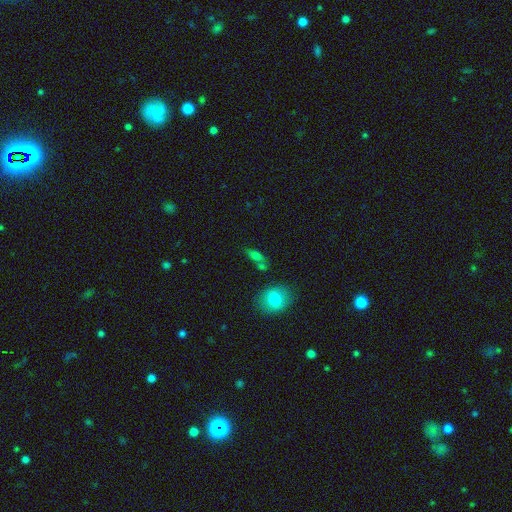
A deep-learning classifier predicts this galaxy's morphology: Overall: smooth (70%). How rounded: in between (67%). Merging: none (51%; merger 25%).